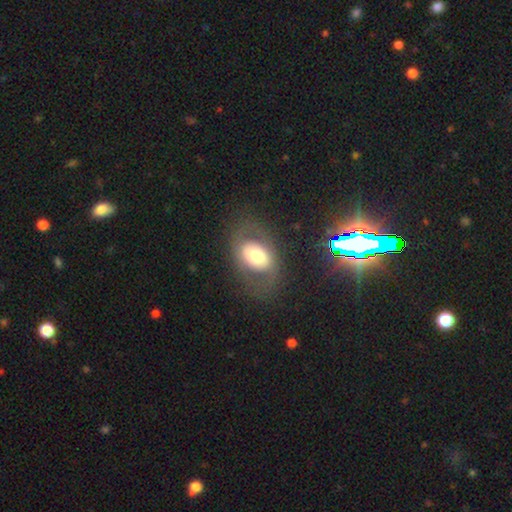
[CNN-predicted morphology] Smooth or featured? smooth (46%)
Merging? none (73%)